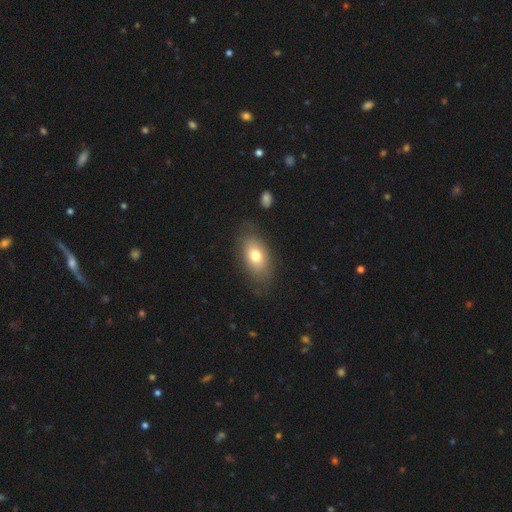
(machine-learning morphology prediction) Smooth or featured? smooth (74%)
How rounded? in between (88%)
Merging? none (76%)